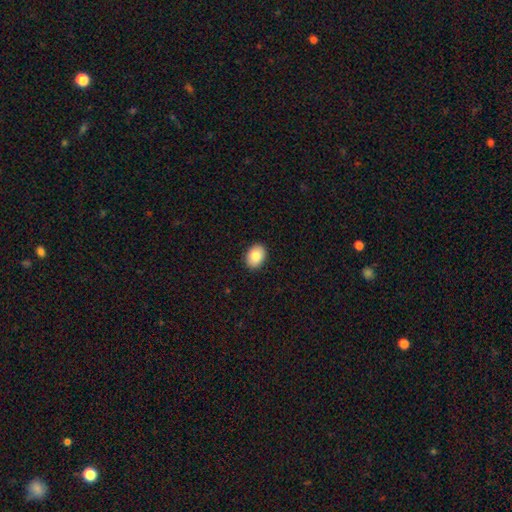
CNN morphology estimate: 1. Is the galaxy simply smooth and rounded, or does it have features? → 84% smooth, 8% featured or disk, 7% star or artifact.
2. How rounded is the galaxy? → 73% in between, 26% round, 1% cigar-shaped.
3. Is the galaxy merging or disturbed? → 91% none, 6% minor disturbance, 2% major disturbance, 1% merger.